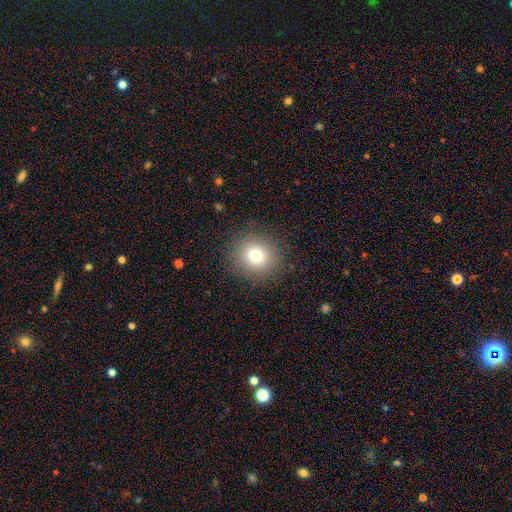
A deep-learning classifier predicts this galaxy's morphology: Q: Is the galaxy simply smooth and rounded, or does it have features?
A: smooth — 76%.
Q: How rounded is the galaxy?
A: round — 90%.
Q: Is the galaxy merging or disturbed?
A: none — 88%.